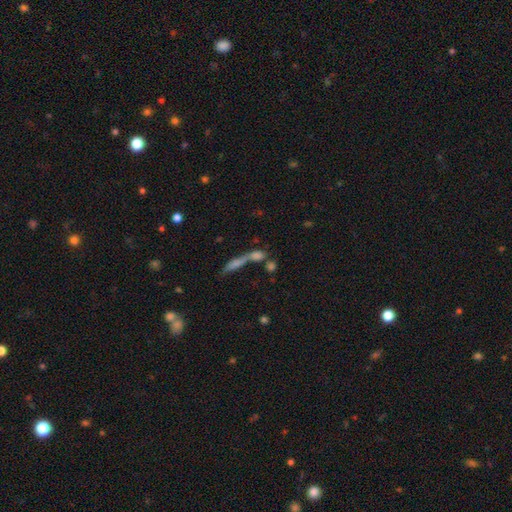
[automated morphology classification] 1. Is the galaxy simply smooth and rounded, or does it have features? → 51% smooth, 29% featured or disk, 20% star or artifact.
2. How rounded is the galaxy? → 57% cigar-shaped, 30% in between, 14% round.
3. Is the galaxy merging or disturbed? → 53% merger, 30% none, 9% major disturbance, 8% minor disturbance.